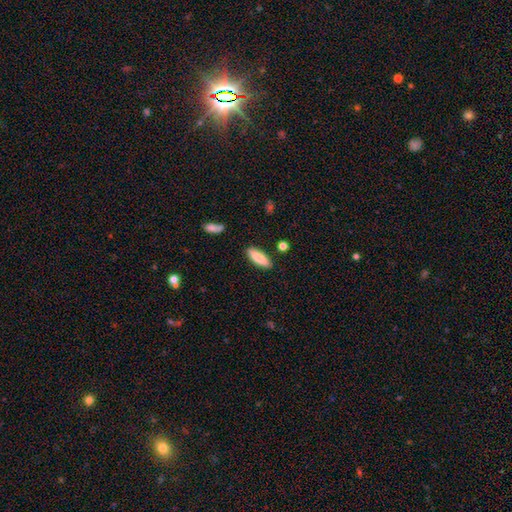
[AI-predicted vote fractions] smooth-or-featured: smooth: 83% | featured or disk: 11% | star or artifact: 6%
  how-rounded: in between: 55% | cigar-shaped: 43% | round: 2%
  merging: none: 86% | minor disturbance: 10% | merger: 2% | major disturbance: 2%